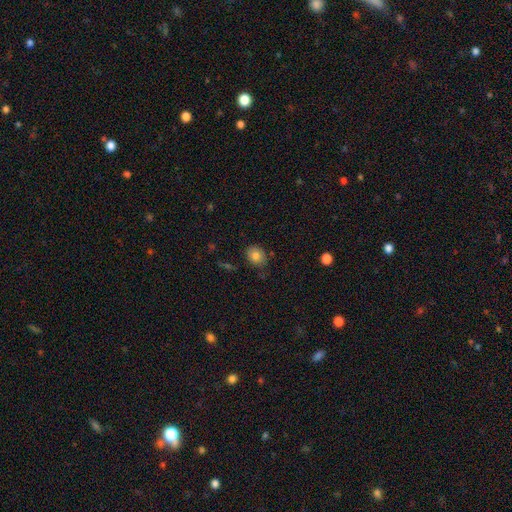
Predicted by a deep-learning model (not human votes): A smooth galaxy with no disk features (80%) that is round (55%). Merging: none (73%).